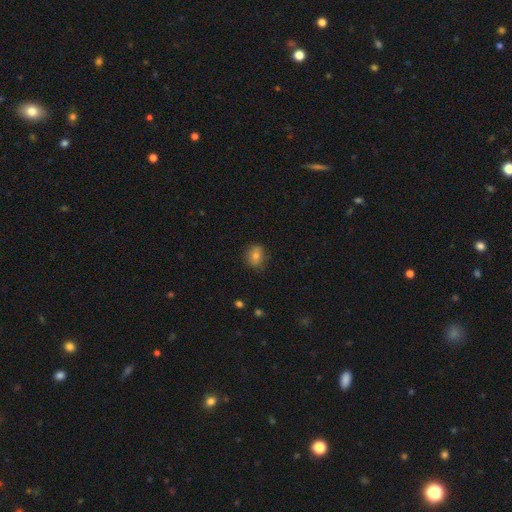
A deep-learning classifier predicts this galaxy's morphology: Q: Smooth or featured?
A: smooth (74%); runner-up: featured or disk (14%)
Q: How rounded?
A: round (71%); runner-up: in between (28%)
Q: Merging?
A: none (79%); runner-up: minor disturbance (16%)